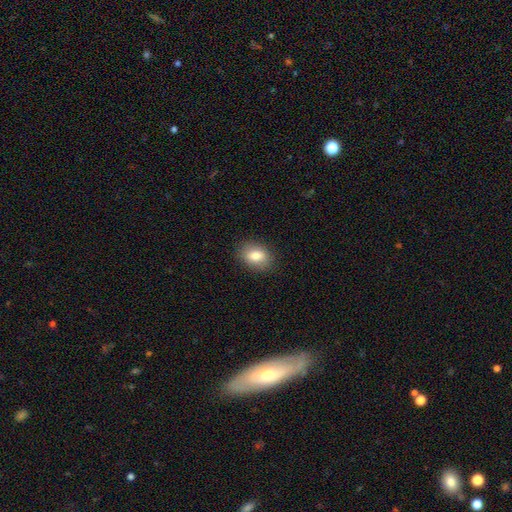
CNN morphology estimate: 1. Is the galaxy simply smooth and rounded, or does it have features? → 81% smooth, 11% featured or disk, 8% star or artifact.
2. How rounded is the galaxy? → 75% in between, 24% round, 1% cigar-shaped.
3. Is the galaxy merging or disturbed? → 87% none, 10% minor disturbance, 3% major disturbance, 1% merger.